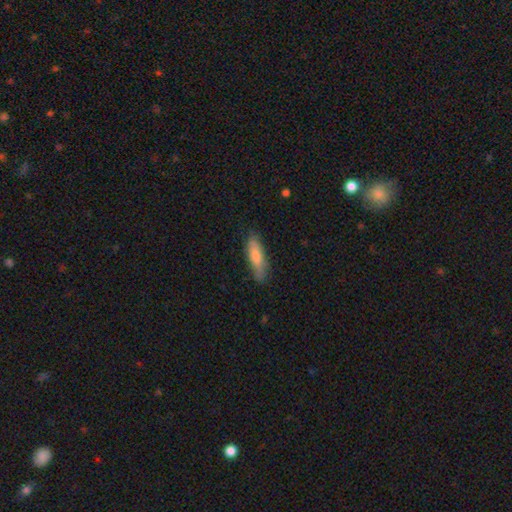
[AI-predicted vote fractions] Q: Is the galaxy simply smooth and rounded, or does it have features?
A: smooth — 63%.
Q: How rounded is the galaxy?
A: cigar-shaped — 72%.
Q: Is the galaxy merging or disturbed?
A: none — 84%.